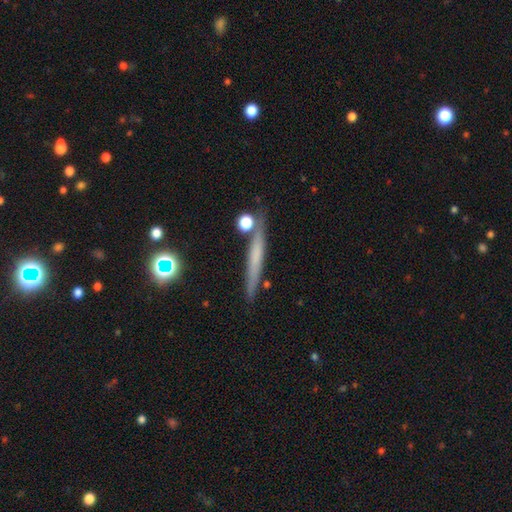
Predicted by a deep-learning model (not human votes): smooth-or-featured: smooth: 47% | featured or disk: 43% | star or artifact: 10%
  merging: none: 81% | minor disturbance: 12% | merger: 5% | major disturbance: 3%